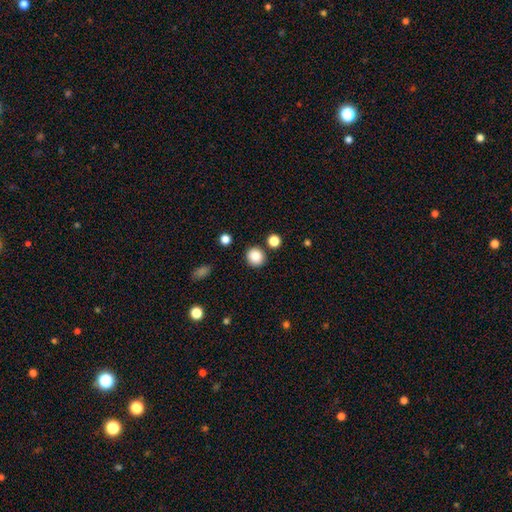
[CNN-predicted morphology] Smooth or featured?
  - smooth: 86% *
  - star or artifact: 10%
  - featured or disk: 4%
How rounded?
  - round: 90% *
  - in between: 9%
  - cigar-shaped: 1%
Merging?
  - none: 87% *
  - minor disturbance: 7%
  - merger: 4%
  - major disturbance: 2%